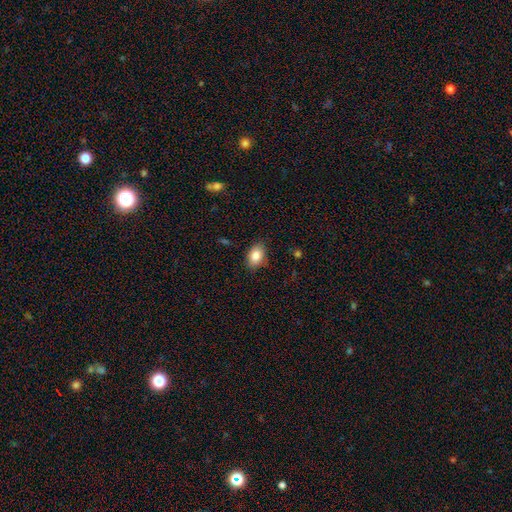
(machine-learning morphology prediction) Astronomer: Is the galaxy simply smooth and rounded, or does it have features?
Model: smooth — 85%.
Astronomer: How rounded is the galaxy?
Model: in between — 83%.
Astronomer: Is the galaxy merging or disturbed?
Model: none — 83%.